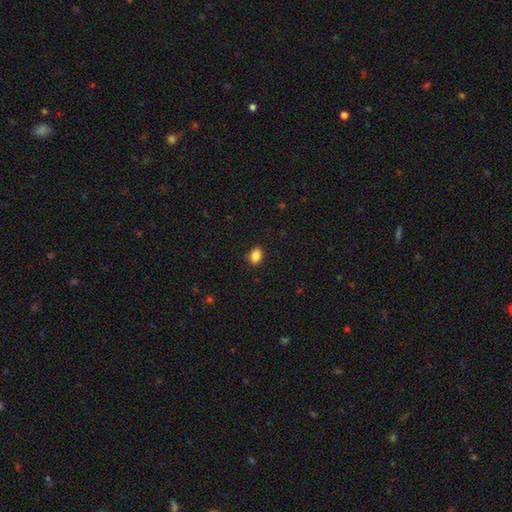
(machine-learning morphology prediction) Smooth or featured? Predicted: smooth (p=0.86). How rounded? Predicted: in between (p=0.66). Merging? Predicted: none (p=0.89).